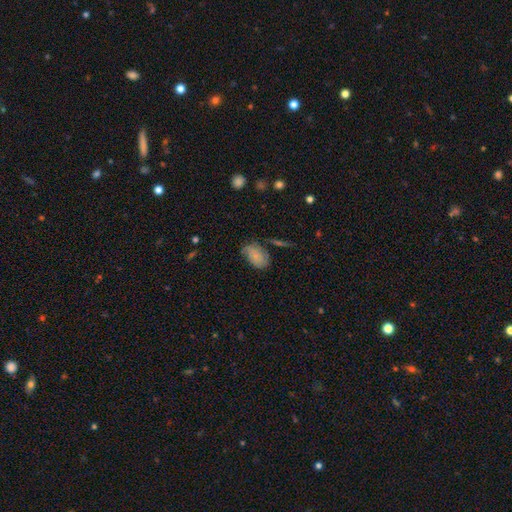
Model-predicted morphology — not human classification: This appears to be a smooth galaxy with no disk features (70%) that is in between round and cigar-shaped (91%). Merging: none (56%).